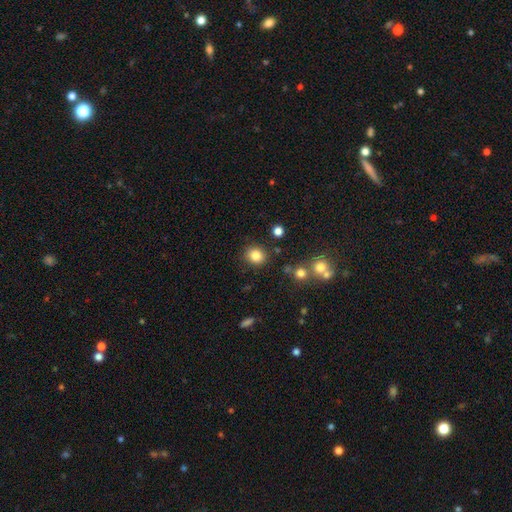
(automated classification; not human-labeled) This appears to be a smooth galaxy with no disk features (83%) that is round (80%). Merging: none (86%).